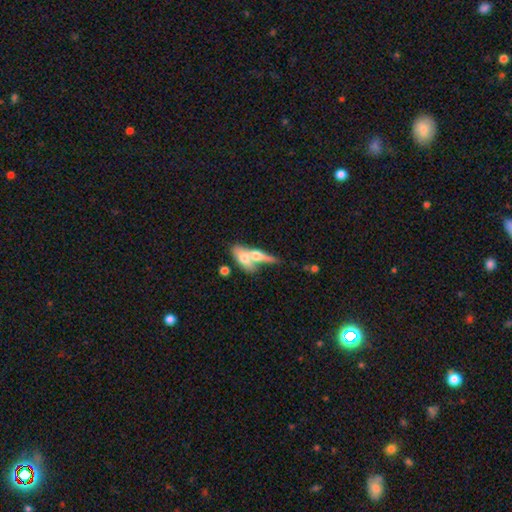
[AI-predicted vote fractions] smooth_or_featured: smooth (p=0.54) [alt: featured or disk p=0.40]
how_rounded: in between (p=0.54) [alt: cigar-shaped p=0.41]
merging: merger (p=0.61) [alt: none p=0.27]